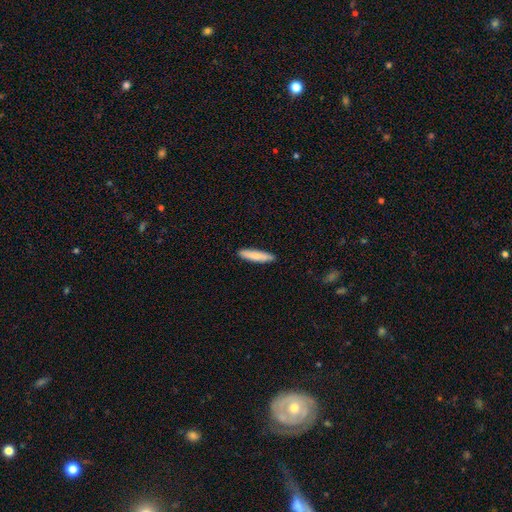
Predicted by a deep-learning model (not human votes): smooth_or_featured: smooth (p=0.78) [alt: featured or disk p=0.16]
how_rounded: cigar-shaped (p=0.85) [alt: in between p=0.14]
merging: none (p=0.89) [alt: minor disturbance p=0.08]